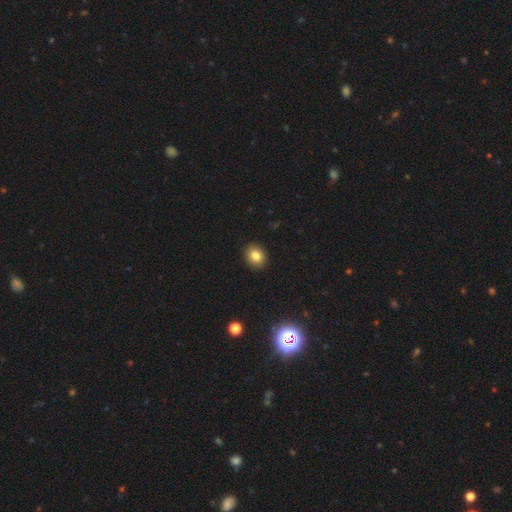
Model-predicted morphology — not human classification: smooth 83%, star or artifact 10%, featured or disk 7%. Down the decision tree: how rounded — round (51%); merging — none (91%).